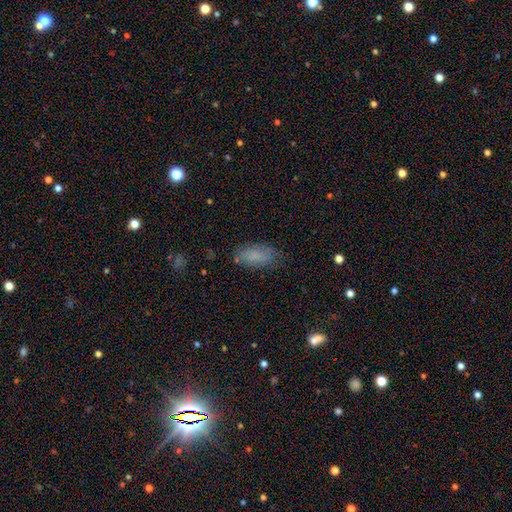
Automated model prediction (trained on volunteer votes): A smooth galaxy with no disk features (79%) that is in between round and cigar-shaped (90%). Merging: none (72%).